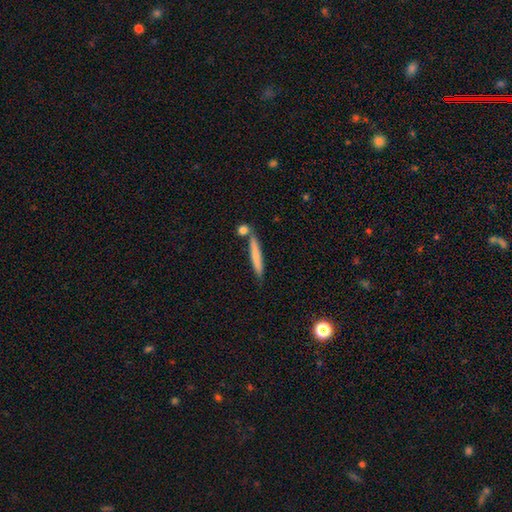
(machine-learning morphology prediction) smooth-or-featured: smooth: 69% | featured or disk: 25% | star or artifact: 6%
  how-rounded: cigar-shaped: 94% | in between: 4% | round: 2%
  merging: none: 76% | minor disturbance: 12% | merger: 10% | major disturbance: 3%